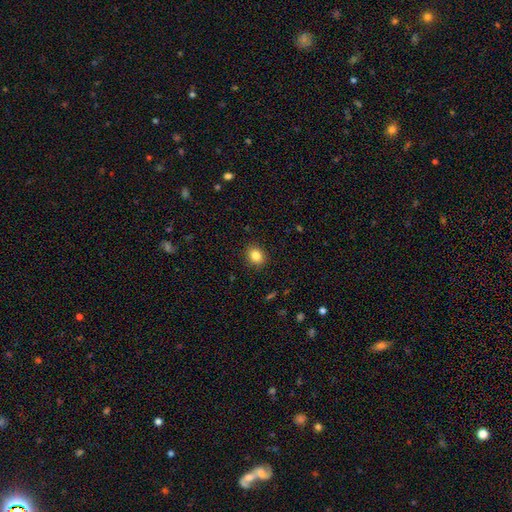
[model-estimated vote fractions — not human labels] The model was most divided on "how rounded": round: 61%, in between: 38%, cigar-shaped: 1%. More confident: merging — none (90%); smooth or featured — smooth (84%).